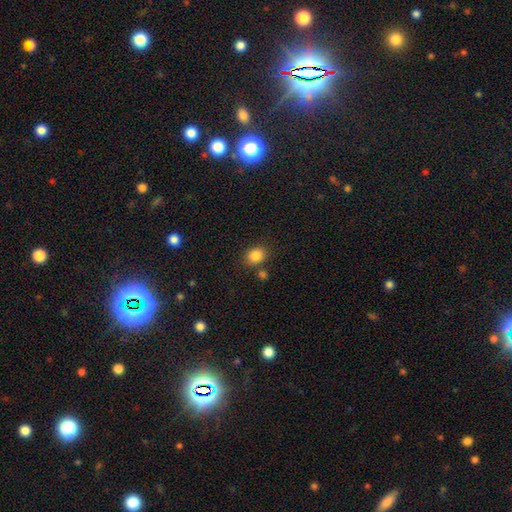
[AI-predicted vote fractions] Smooth or featured?
  - smooth: 85% *
  - star or artifact: 10%
  - featured or disk: 5%
How rounded?
  - round: 52% *
  - in between: 47%
  - cigar-shaped: 1%
Merging?
  - none: 76% *
  - minor disturbance: 11%
  - merger: 9%
  - major disturbance: 4%